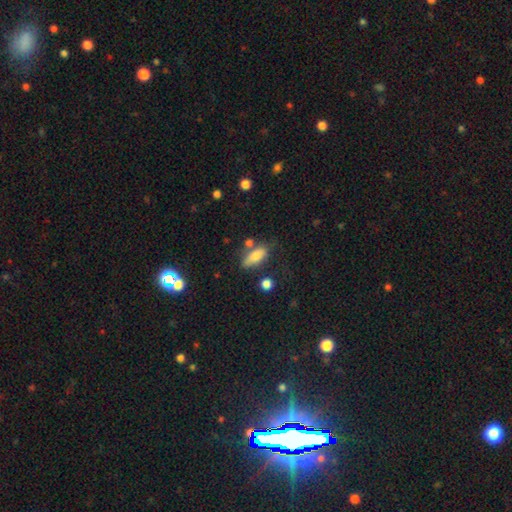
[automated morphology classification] Smooth or featured? Predicted: smooth (p=0.78). How rounded? Predicted: in between (p=0.75). Merging? Predicted: none (p=0.61).